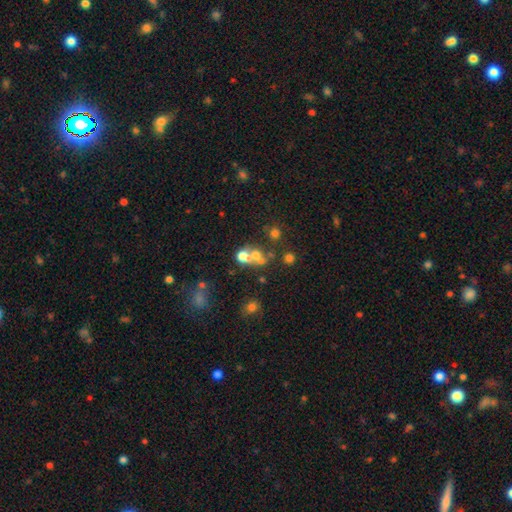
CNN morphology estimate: The model was most divided on "merging": merger: 52%, none: 33%, minor disturbance: 8%, major disturbance: 7%. More confident: how rounded — round (70%); smooth or featured — smooth (56%).